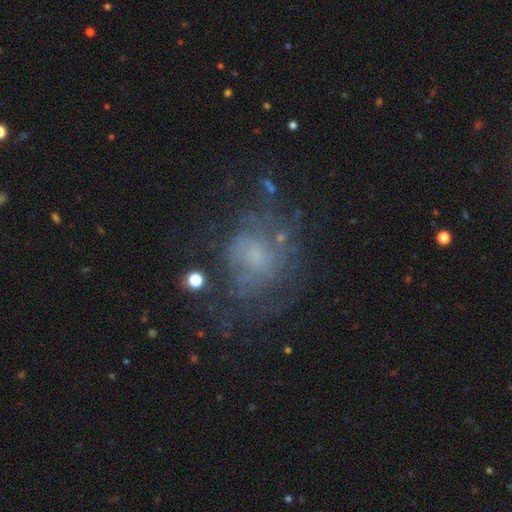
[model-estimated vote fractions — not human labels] smooth-or-featured: featured or disk: 58% | smooth: 26% | star or artifact: 16%
  disk-edge-on: no: 97% | yes: 3%
    bar: no: 76% | weak: 21% | strong: 3%
    has-spiral-arms: yes: 61% | no: 39%
    bulge-size: small: 43% | none: 26% | moderate: 25% | large: 5% | dominant: 2%
  merging: none: 58% | major disturbance: 20% | minor disturbance: 19% | merger: 3%